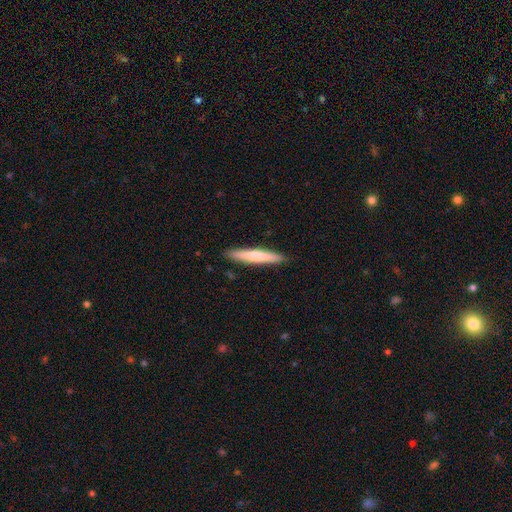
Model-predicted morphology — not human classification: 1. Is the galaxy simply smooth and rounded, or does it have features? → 67% smooth, 28% featured or disk, 5% star or artifact.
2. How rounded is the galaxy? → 93% cigar-shaped, 6% in between, 1% round.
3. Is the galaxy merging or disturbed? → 91% none, 7% minor disturbance, 1% major disturbance, 1% merger.